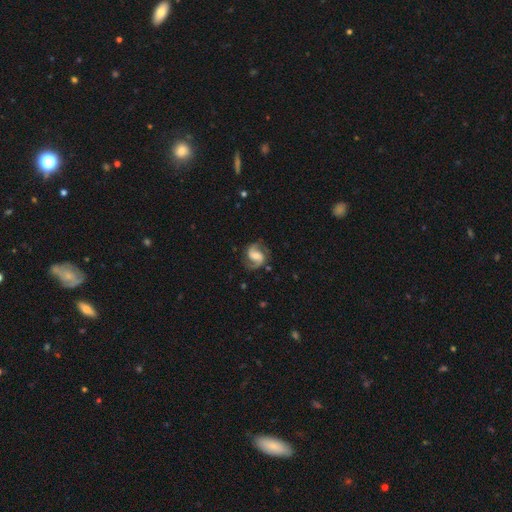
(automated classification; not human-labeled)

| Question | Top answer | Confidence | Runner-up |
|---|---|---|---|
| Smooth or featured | featured or disk | 87% | smooth (8%) |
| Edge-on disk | no | 98% | yes (2%) |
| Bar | weak | 45% | no (39%) |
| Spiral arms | yes | 97% | no (3%) |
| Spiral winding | medium | 55% | loose (28%) |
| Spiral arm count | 2 | 93% | can't tell (2%) |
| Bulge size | moderate | 54% | small (31%) |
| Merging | none | 81% | minor disturbance (13%) |